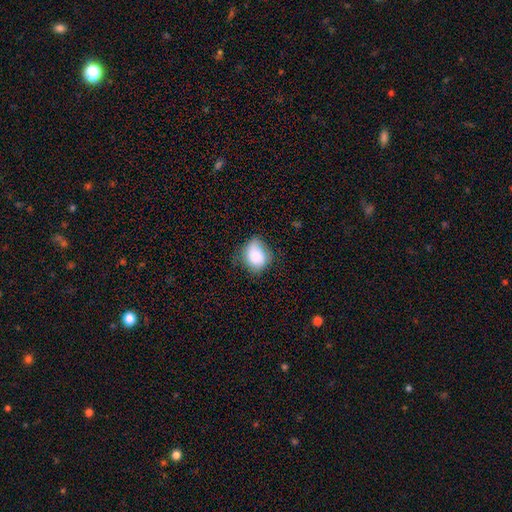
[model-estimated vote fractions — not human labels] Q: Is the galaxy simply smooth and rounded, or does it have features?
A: smooth — 83%.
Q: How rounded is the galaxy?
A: in between — 58%.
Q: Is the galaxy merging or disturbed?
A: none — 58%.